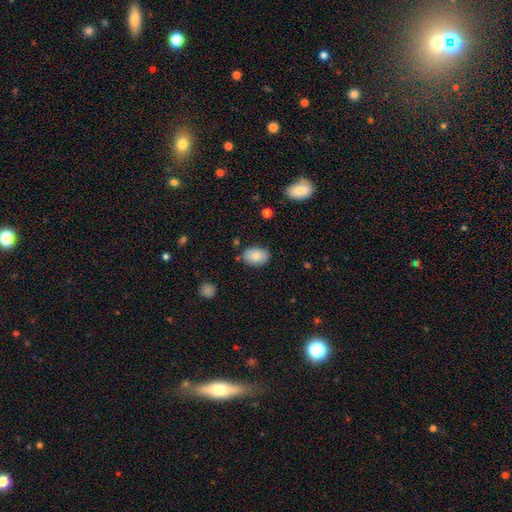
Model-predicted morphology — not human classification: Q: Smooth or featured?
A: smooth (83%); runner-up: featured or disk (10%)
Q: How rounded?
A: in between (88%); runner-up: round (10%)
Q: Merging?
A: none (80%); runner-up: minor disturbance (15%)